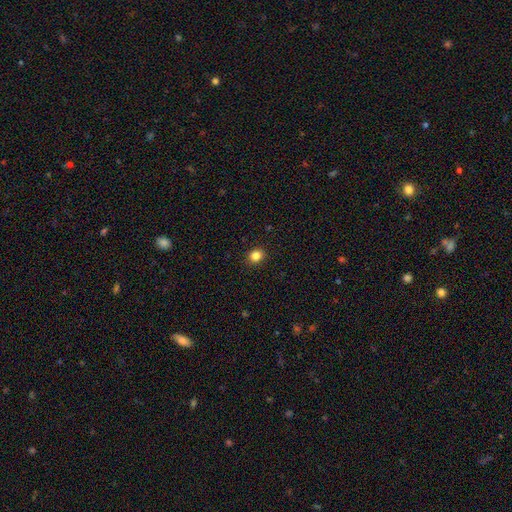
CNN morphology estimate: Smooth or featured: smooth — 84% (star or artifact — 11%)
How rounded: round — 66% (in between — 33%)
Merging: none — 91% (minor disturbance — 6%)